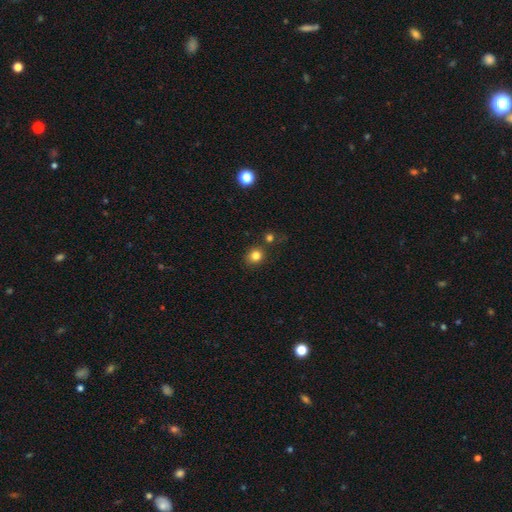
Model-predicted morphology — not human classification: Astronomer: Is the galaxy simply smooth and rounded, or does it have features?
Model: smooth — 81%.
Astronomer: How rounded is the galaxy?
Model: round — 82%.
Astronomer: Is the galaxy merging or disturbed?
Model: none — 78%.